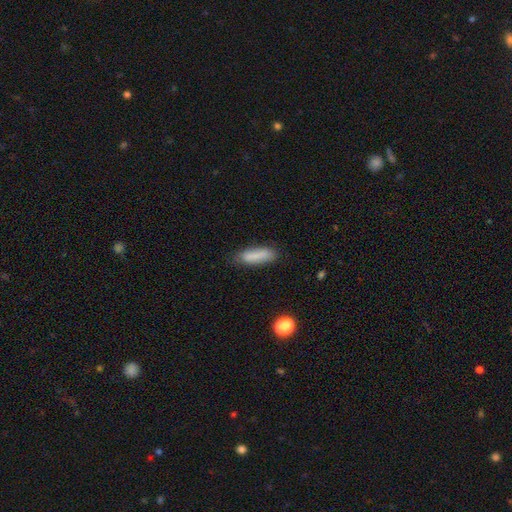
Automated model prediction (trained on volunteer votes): Morphology: type=smooth (82%); roundness=cigar-shaped (57%); merging=none (74%).